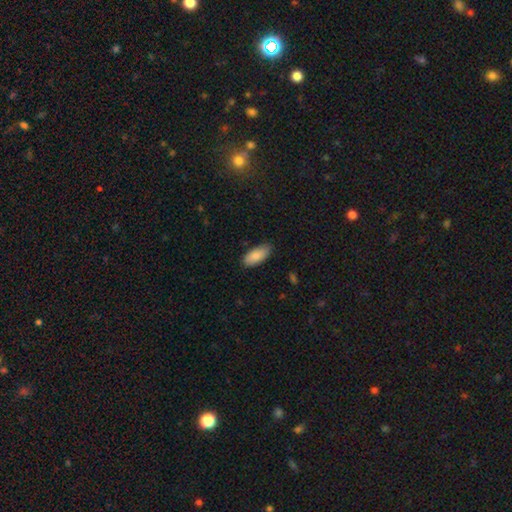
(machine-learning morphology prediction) The model was most divided on "merging": none: 82%, minor disturbance: 15%, major disturbance: 2%, merger: 1%. More confident: how rounded — in between (89%); smooth or featured — smooth (86%).